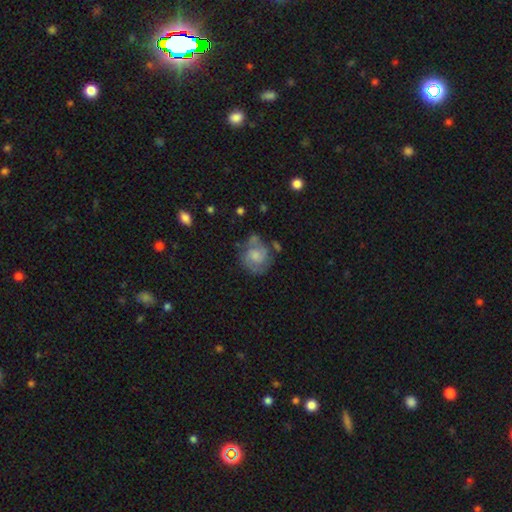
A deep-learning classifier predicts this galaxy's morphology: Overall: featured or disk (57%; smooth 36%). Edge-on disk: no (98%). Bar: no (68%). Spiral arms: yes (81%). Bulge size: moderate (37%; small 34%). Merging: none (55%; minor disturbance 23%).